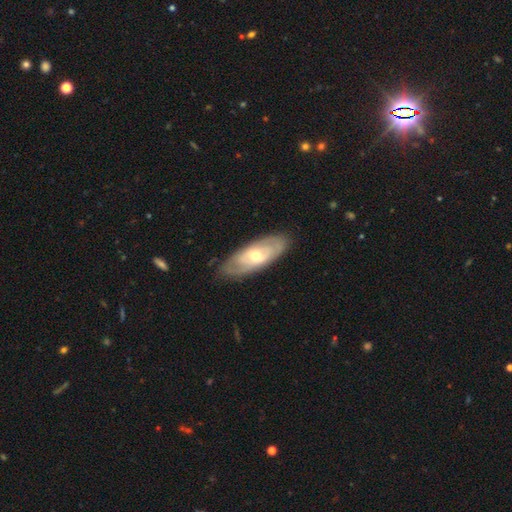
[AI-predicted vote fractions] A featured or disk galaxy (65%) with no bar (65%), spiral arms (55%) and a moderate central bulge (62%).

Vote fractions:
- Smooth or featured? featured or disk: 65% / smooth: 30% / star or artifact: 5%
- Edge-on disk? no: 83% / yes: 17%
- Bar? no: 65% / weak: 27% / strong: 8%
- Spiral arms? yes: 55% / no: 45%
- Bulge size? moderate: 62% / small: 33% / large: 4% / none: 1% / dominant: 1%
- Merging? none: 83% / minor disturbance: 13% / major disturbance: 3% / merger: 1%